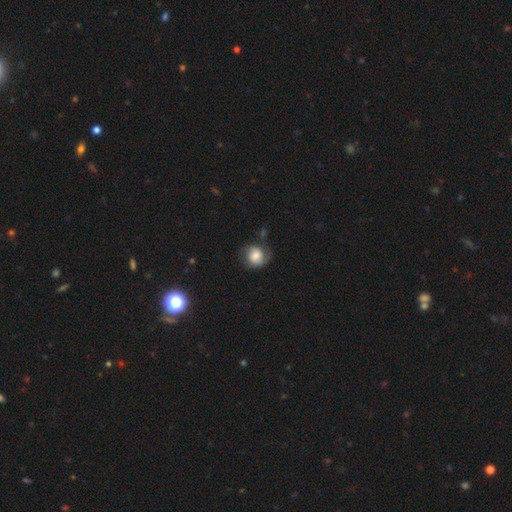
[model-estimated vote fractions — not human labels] smooth_or_featured: smooth (p=0.60) [alt: featured or disk p=0.31]
how_rounded: round (p=0.77) [alt: in between p=0.22]
merging: none (p=0.57) [alt: minor disturbance p=0.25]